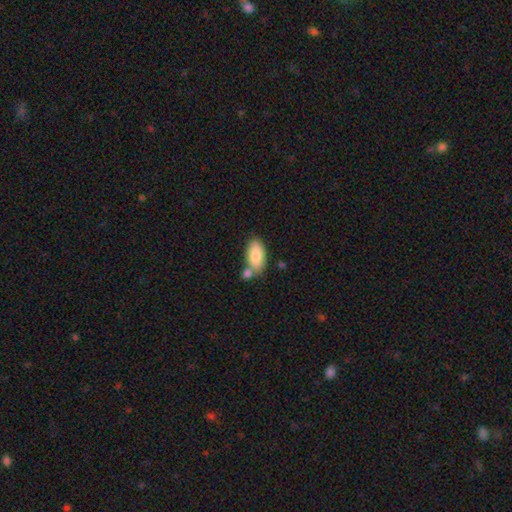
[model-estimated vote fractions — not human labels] smooth-or-featured: smooth: 83% | featured or disk: 11% | star or artifact: 6%
  how-rounded: in between: 92% | cigar-shaped: 5% | round: 3%
  merging: none: 55% | merger: 27% | minor disturbance: 14% | major disturbance: 4%